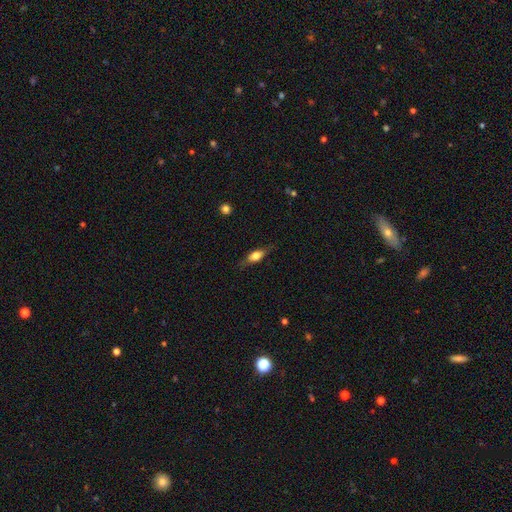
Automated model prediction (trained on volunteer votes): The model was most divided on "smooth or featured": smooth: 53%, featured or disk: 40%, star or artifact: 7%. More confident: merging — none (78%); how rounded — in between (60%).